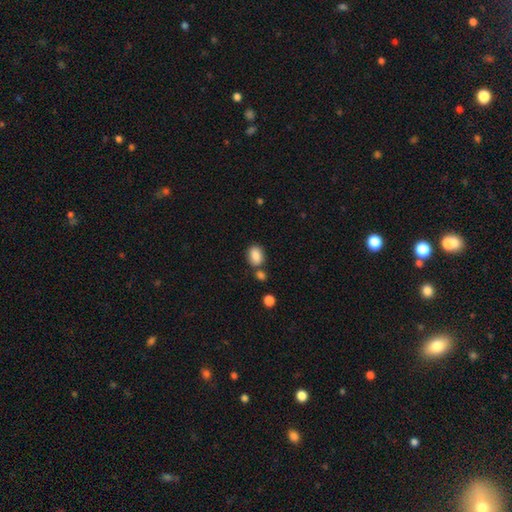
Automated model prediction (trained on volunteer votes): The model was most divided on "merging": none: 65%, merger: 18%, minor disturbance: 13%, major disturbance: 4%. More confident: smooth or featured — smooth (86%); how rounded — in between (73%).